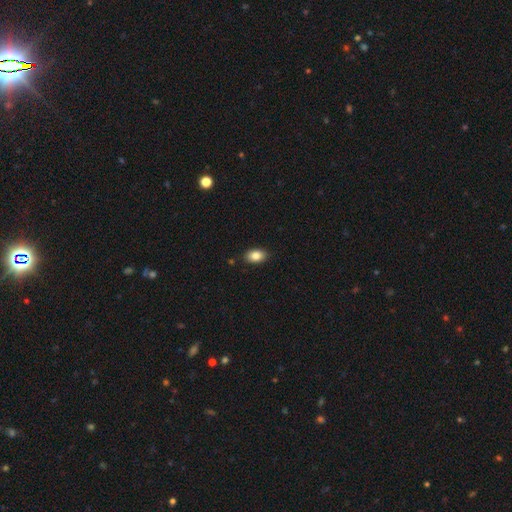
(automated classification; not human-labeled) smooth_or_featured: smooth (p=0.85) [alt: star or artifact p=0.08]
how_rounded: in between (p=0.88) [alt: round p=0.10]
merging: none (p=0.88) [alt: minor disturbance p=0.09]